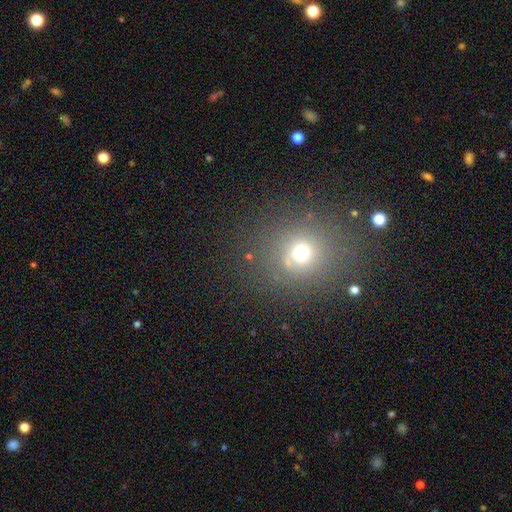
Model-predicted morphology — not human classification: Smooth or featured?
  - smooth: 58% *
  - star or artifact: 34%
  - featured or disk: 8%
How rounded?
  - round: 76% *
  - in between: 23%
  - cigar-shaped: 1%
Merging?
  - none: 89% *
  - minor disturbance: 7%
  - major disturbance: 3%
  - merger: 2%